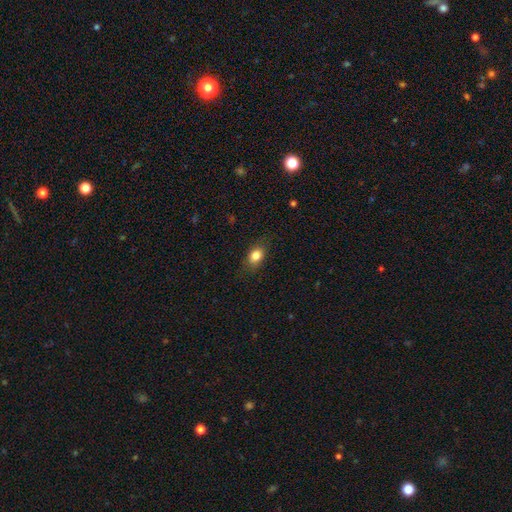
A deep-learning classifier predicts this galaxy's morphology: Overall: smooth (82%). How rounded: in between (69%; round 29%). Merging: none (82%).